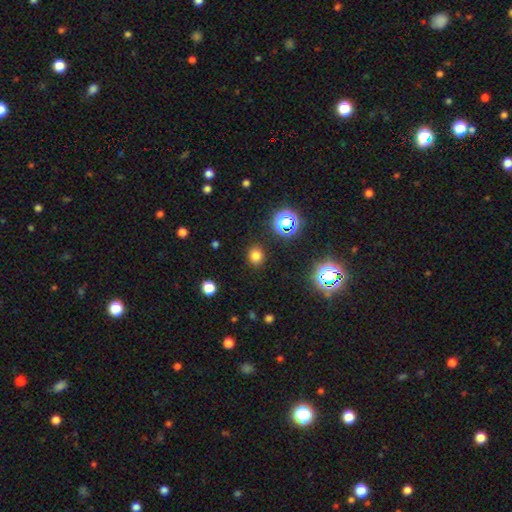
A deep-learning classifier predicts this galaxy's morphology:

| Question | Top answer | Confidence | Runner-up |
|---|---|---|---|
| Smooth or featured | smooth | 76% | star or artifact (19%) |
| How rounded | round | 78% | in between (21%) |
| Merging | none | 90% | minor disturbance (6%) |